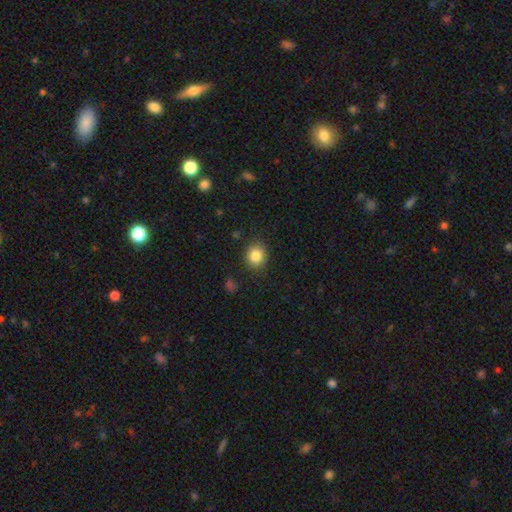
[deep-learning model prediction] A smooth galaxy with no disk features (85%) that is round (80%).

Vote fractions:
- Smooth or featured? smooth: 85% / star or artifact: 10% / featured or disk: 5%
- How rounded? round: 80% / in between: 20% / cigar-shaped: 1%
- Merging? none: 87% / minor disturbance: 9% / major disturbance: 3% / merger: 1%